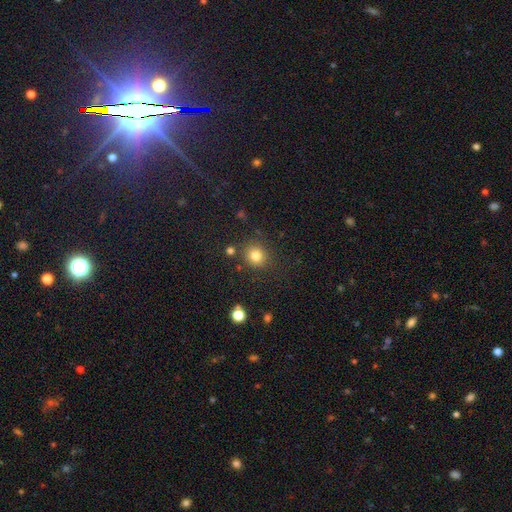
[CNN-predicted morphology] Q: Smooth or featured?
A: smooth (81%); runner-up: star or artifact (13%)
Q: How rounded?
A: round (87%); runner-up: in between (12%)
Q: Merging?
A: none (83%); runner-up: minor disturbance (10%)